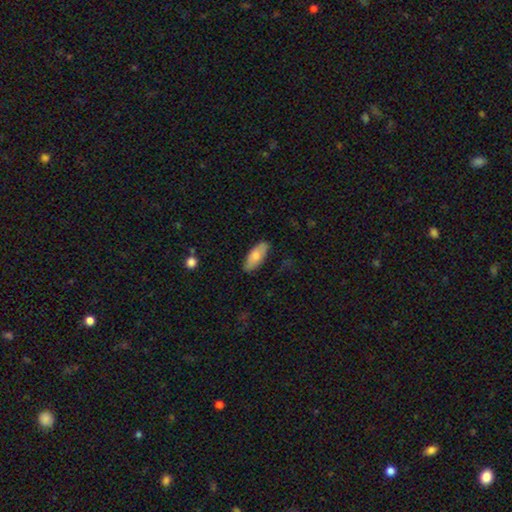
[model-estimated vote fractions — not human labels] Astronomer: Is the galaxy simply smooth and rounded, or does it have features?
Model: smooth — 76%.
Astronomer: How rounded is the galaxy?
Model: in between — 82%.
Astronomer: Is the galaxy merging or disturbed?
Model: none — 84%.